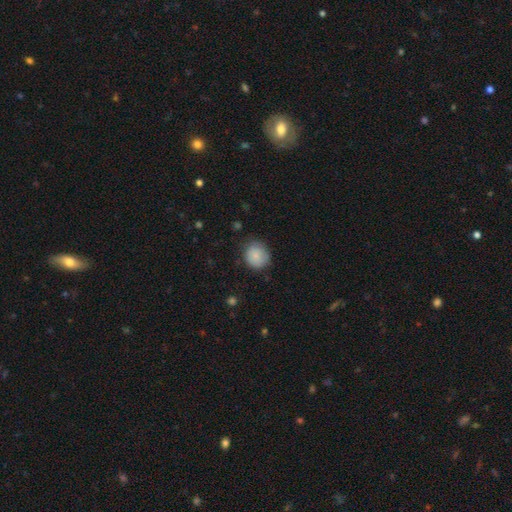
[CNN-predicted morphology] smooth 86%, star or artifact 7%, featured or disk 7%. Down the decision tree: how rounded — round (85%); merging — none (76%).